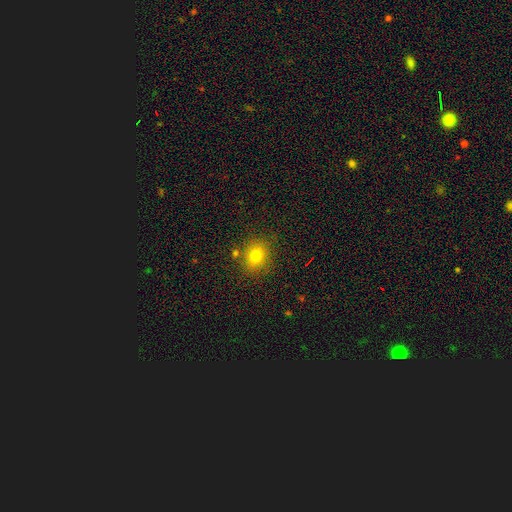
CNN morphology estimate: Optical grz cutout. It shows a smooth galaxy with no disk features (76%) that is round (58%). Merging: none (82%).